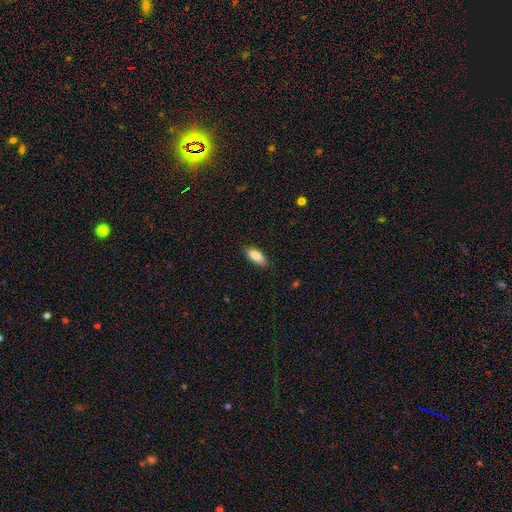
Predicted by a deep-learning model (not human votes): This is clearly a smooth galaxy (87%). How rounded: clearly in between (83%). Merging: clearly none (81%).